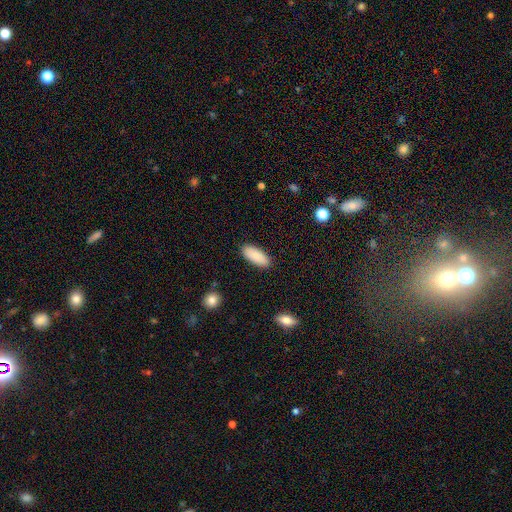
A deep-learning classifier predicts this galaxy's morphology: Smooth or featured?
  - smooth: 89% *
  - star or artifact: 6%
  - featured or disk: 5%
How rounded?
  - in between: 79% *
  - cigar-shaped: 20%
  - round: 2%
Merging?
  - none: 89% *
  - minor disturbance: 8%
  - major disturbance: 2%
  - merger: 1%